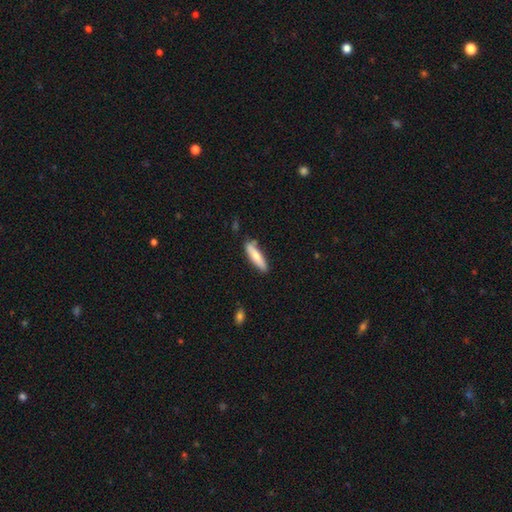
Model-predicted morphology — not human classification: A smooth galaxy with no disk features (74%) that is cigar-shaped (79%). Merging: none (78%).